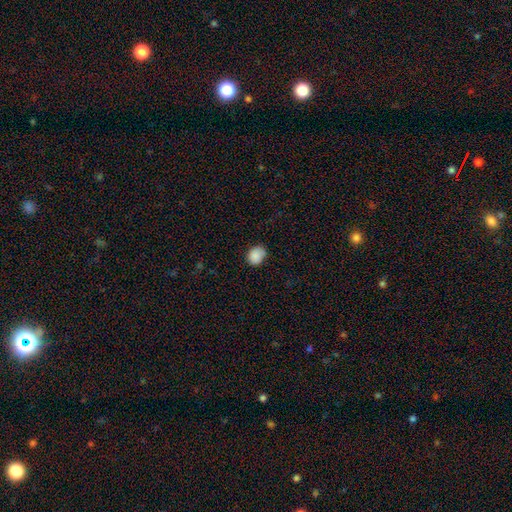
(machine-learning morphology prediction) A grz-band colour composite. It shows a smooth galaxy with no disk features (88%) that is round (57%). Merging: none (74%).